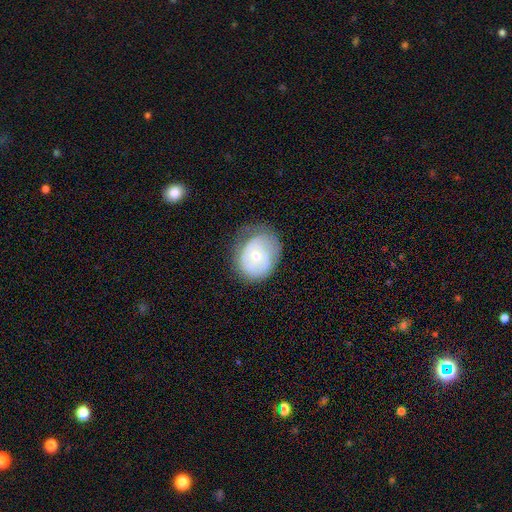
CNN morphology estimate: smooth-or-featured: featured or disk: 58% | smooth: 34% | star or artifact: 7%
  disk-edge-on: no: 96% | yes: 4%
    bar: no: 79% | weak: 17% | strong: 3%
    has-spiral-arms: yes: 66% | no: 34%
    bulge-size: moderate: 52% | small: 44% | large: 2% | none: 1% | dominant: 1%
  merging: none: 52% | minor disturbance: 31% | major disturbance: 15% | merger: 1%